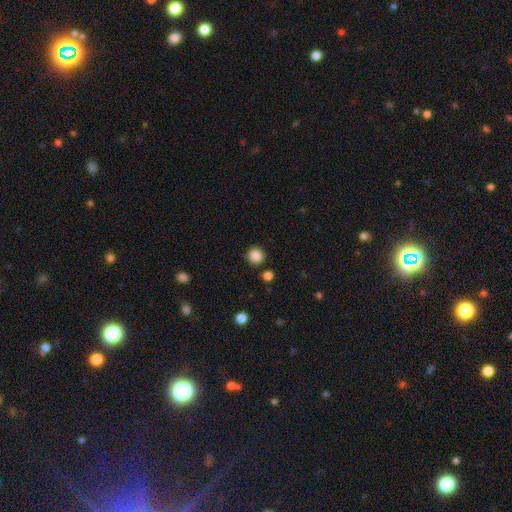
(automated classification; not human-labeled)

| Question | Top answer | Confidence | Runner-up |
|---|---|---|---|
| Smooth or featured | smooth | 86% | star or artifact (10%) |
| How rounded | round | 93% | in between (6%) |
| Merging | none | 88% | minor disturbance (7%) |